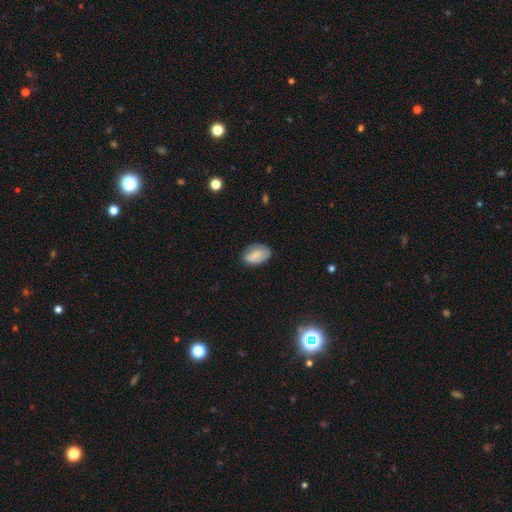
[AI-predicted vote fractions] Smooth or featured: smooth — 78% (featured or disk — 15%)
How rounded: in between — 90% (round — 8%)
Merging: none — 70% (minor disturbance — 23%)